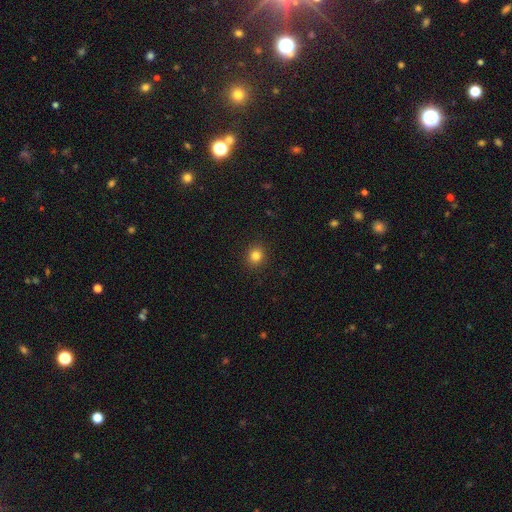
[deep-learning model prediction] Overall: smooth (82%). How rounded: round (84%). Merging: none (92%).